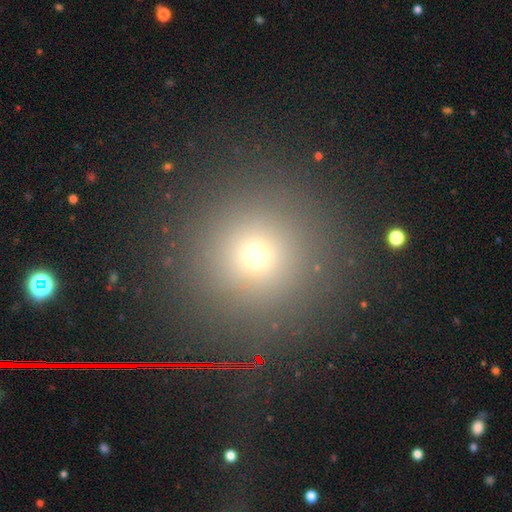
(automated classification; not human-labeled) A smooth galaxy with no disk features (63%) that is round (96%). Merging: none (90%).